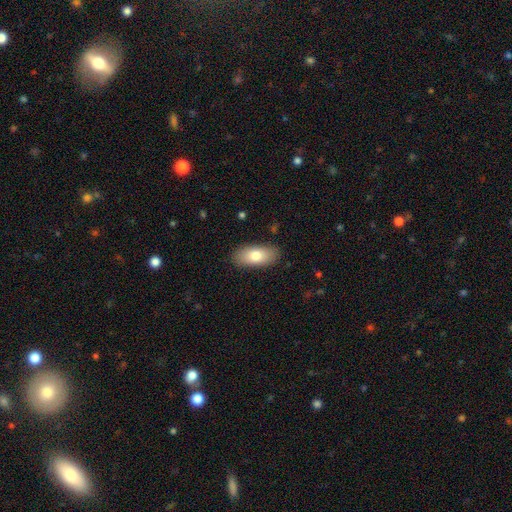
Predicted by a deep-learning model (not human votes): Smooth or featured? smooth (78%)
How rounded? in between (90%)
Merging? none (87%)